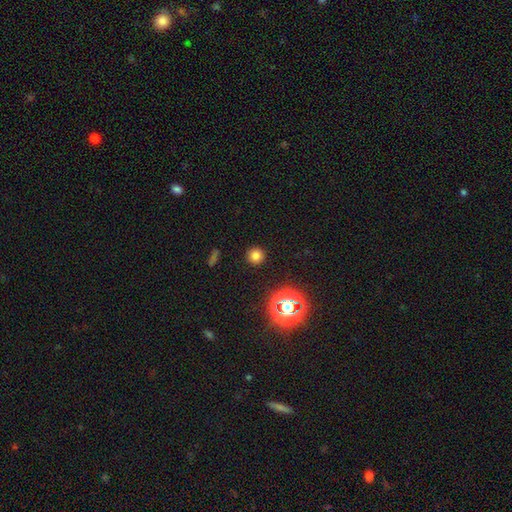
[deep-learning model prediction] Smooth or featured?
  - smooth: 74% *
  - star or artifact: 20%
  - featured or disk: 6%
How rounded?
  - round: 95% *
  - in between: 4%
  - cigar-shaped: 1%
Merging?
  - none: 91% *
  - minor disturbance: 5%
  - major disturbance: 2%
  - merger: 1%